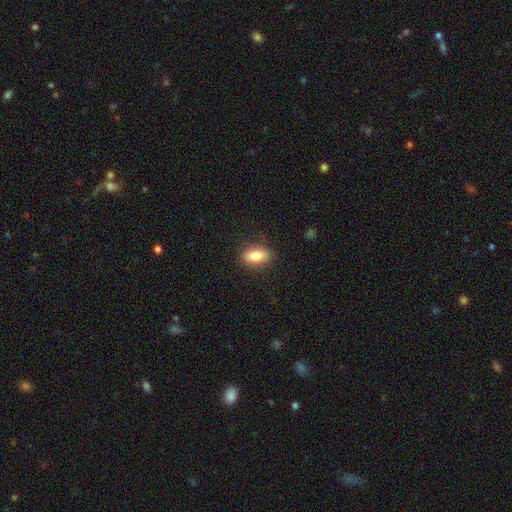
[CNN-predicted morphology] A smooth galaxy with no disk features (83%) that is in between round and cigar-shaped (81%).

Vote fractions:
- Smooth or featured? smooth: 83% / featured or disk: 10% / star or artifact: 7%
- How rounded? in between: 81% / cigar-shaped: 14% / round: 5%
- Merging? none: 86% / minor disturbance: 10% / major disturbance: 3% / merger: 1%